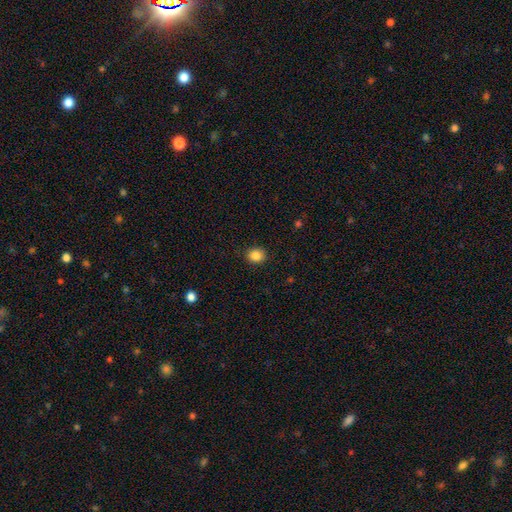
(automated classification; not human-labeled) Smooth or featured: smooth — 86% (star or artifact — 10%)
How rounded: round — 75% (in between — 24%)
Merging: none — 89% (minor disturbance — 8%)